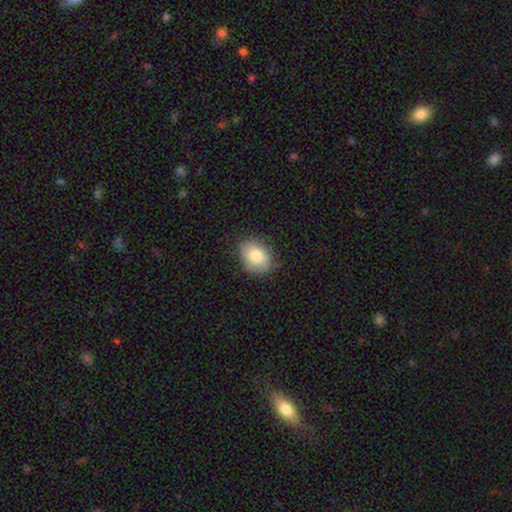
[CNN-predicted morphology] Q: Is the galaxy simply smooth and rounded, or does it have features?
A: smooth — 81%.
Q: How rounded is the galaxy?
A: in between — 67%.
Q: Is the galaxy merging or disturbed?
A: none — 79%.